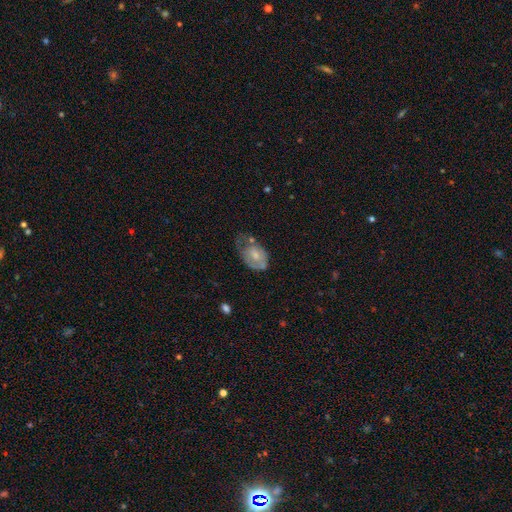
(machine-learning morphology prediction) Smooth or featured?
  - smooth: 56% *
  - featured or disk: 37%
  - star or artifact: 7%
How rounded?
  - in between: 78% *
  - round: 20%
  - cigar-shaped: 1%
Merging?
  - minor disturbance: 36% *
  - major disturbance: 28%
  - none: 28%
  - merger: 8%